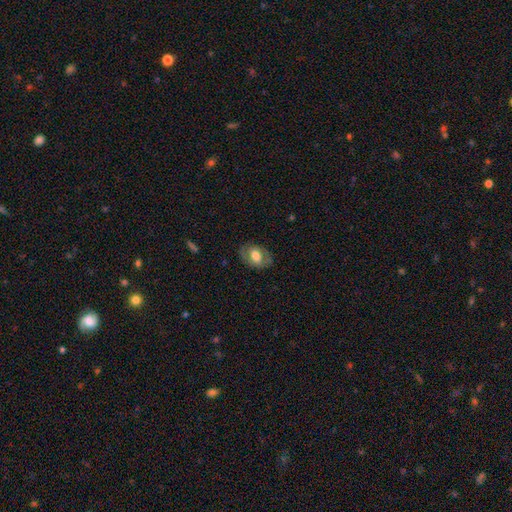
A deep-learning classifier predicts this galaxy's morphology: The model was most divided on "smooth or featured": smooth: 59%, featured or disk: 34%, star or artifact: 7%. More confident: how rounded — in between (81%); merging — none (77%).